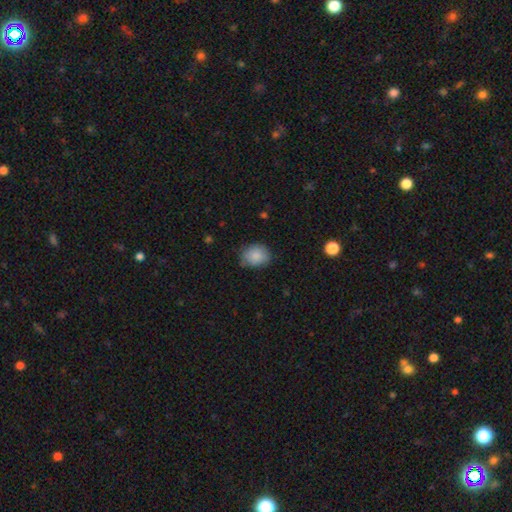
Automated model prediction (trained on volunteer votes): Smooth or featured? Predicted: smooth (p=0.86). How rounded? Predicted: round (p=0.55). Merging? Predicted: none (p=0.75).